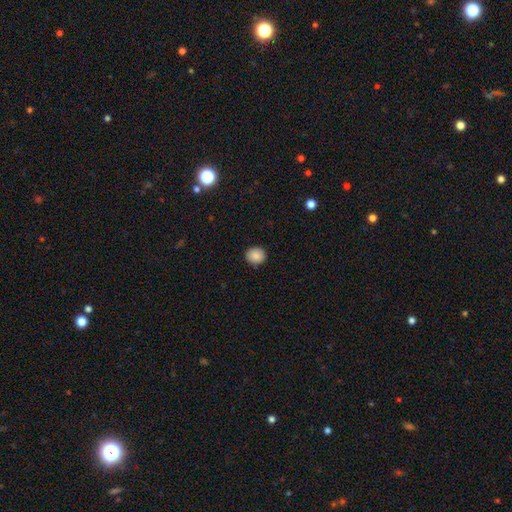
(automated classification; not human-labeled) A smooth galaxy with no disk features (88%) that is round (86%). Merging: none (90%).